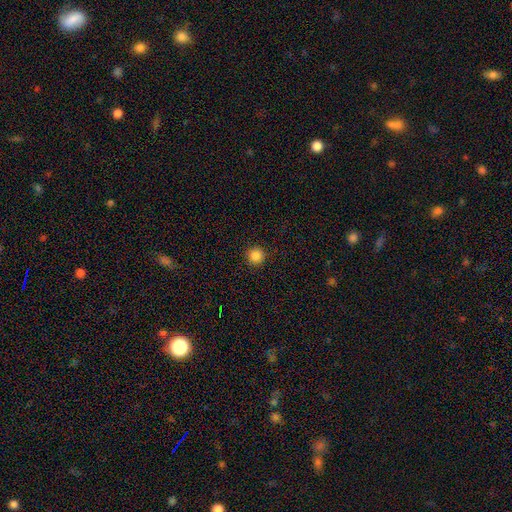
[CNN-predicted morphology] This is clearly a smooth galaxy (86%). How rounded: clearly round (96%). Merging: clearly none (92%).